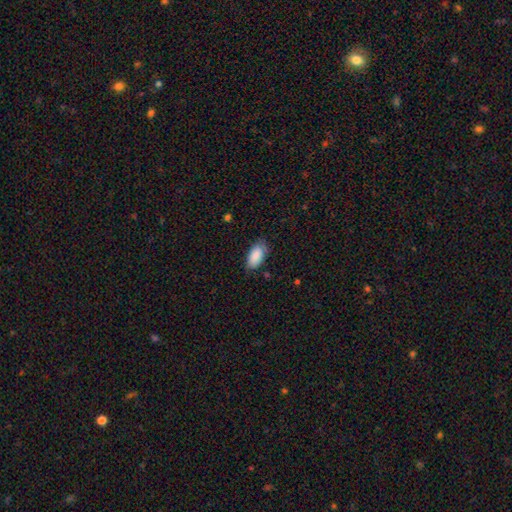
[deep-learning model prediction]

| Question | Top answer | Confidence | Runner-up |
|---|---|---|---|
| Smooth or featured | smooth | 89% | star or artifact (6%) |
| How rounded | in between | 93% | cigar-shaped (5%) |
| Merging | none | 76% | minor disturbance (19%) |